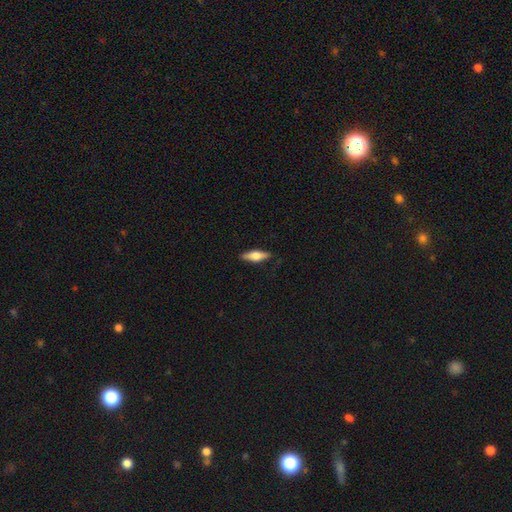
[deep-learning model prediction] Smooth or featured: smooth — 58% (featured or disk — 36%)
How rounded: cigar-shaped — 49% (in between — 48%)
Merging: none — 87% (minor disturbance — 10%)